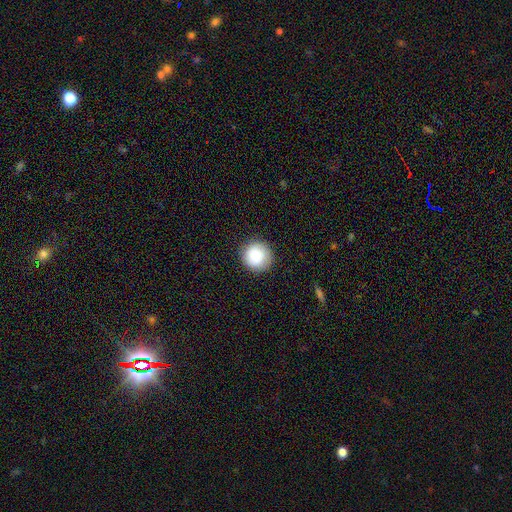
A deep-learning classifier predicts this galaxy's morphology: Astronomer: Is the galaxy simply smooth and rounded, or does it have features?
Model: smooth — 84%.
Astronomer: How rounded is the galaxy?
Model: round — 95%.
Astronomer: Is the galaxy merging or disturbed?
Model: none — 89%.